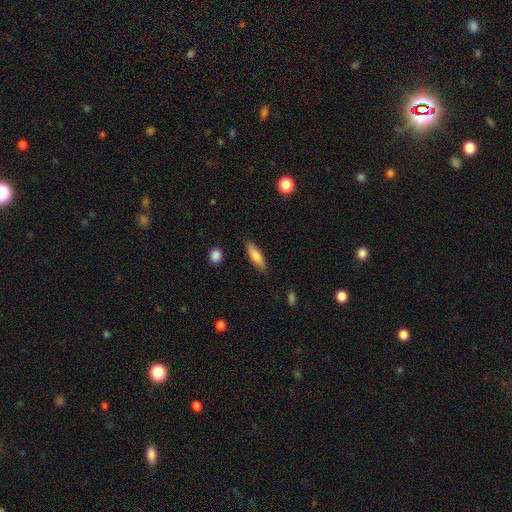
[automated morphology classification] type=smooth (78%); roundness=cigar-shaped (54%); merging=none (85%).